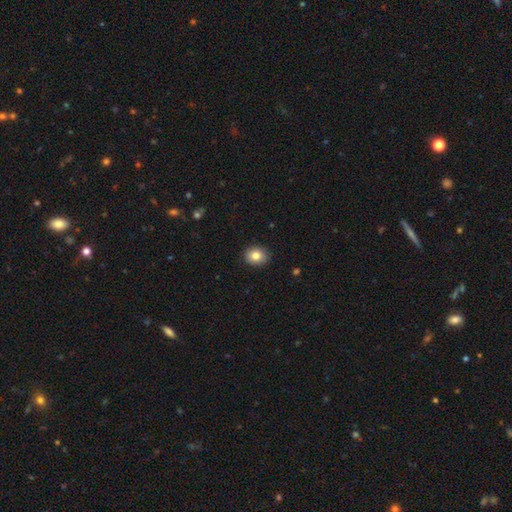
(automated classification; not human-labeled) A smooth galaxy with no disk features (82%) that is round (64%). Merging: none (91%).